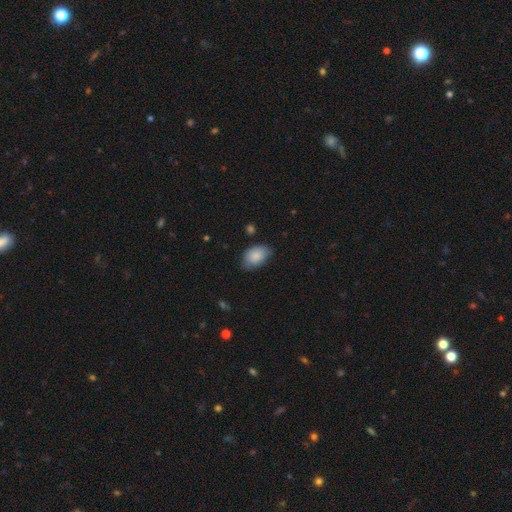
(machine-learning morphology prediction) smooth_or_featured: smooth (p=0.86) [alt: featured or disk p=0.08]
how_rounded: in between (p=0.90) [alt: round p=0.08]
merging: none (p=0.69) [alt: minor disturbance p=0.24]